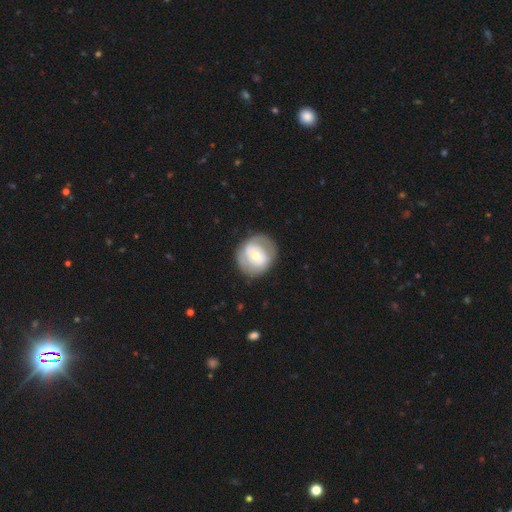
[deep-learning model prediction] Smooth or featured: featured or disk — 54% (smooth — 40%)
Edge-on disk: no — 97% (yes — 3%)
Bar: no — 46% (weak — 36%)
Spiral arms: yes — 56% (no — 44%)
Bulge size: moderate — 54% (small — 36%)
Merging: none — 78% (minor disturbance — 14%)